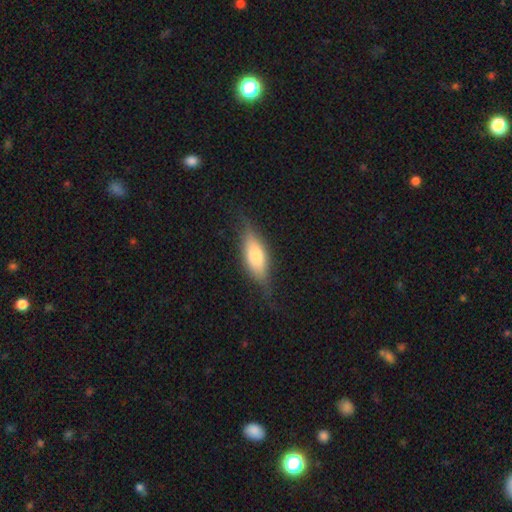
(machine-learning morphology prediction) smooth-or-featured: smooth: 57% | featured or disk: 36% | star or artifact: 7%
  how-rounded: in between: 65% | cigar-shaped: 32% | round: 3%
  merging: none: 74% | minor disturbance: 20% | major disturbance: 6% | merger: 1%